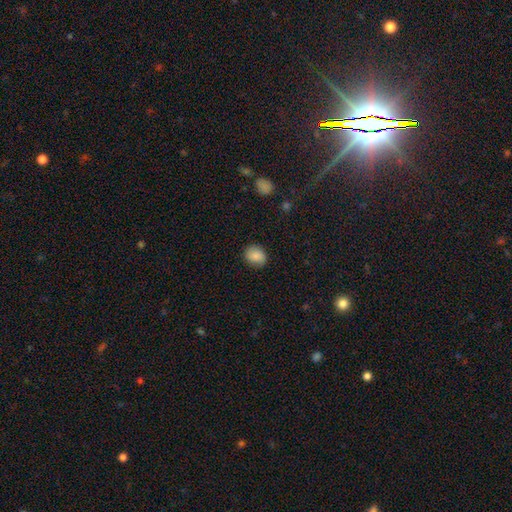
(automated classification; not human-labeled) The model was most divided on "how rounded": round: 62%, in between: 37%, cigar-shaped: 1%. More confident: smooth or featured — smooth (83%); merging — none (82%).